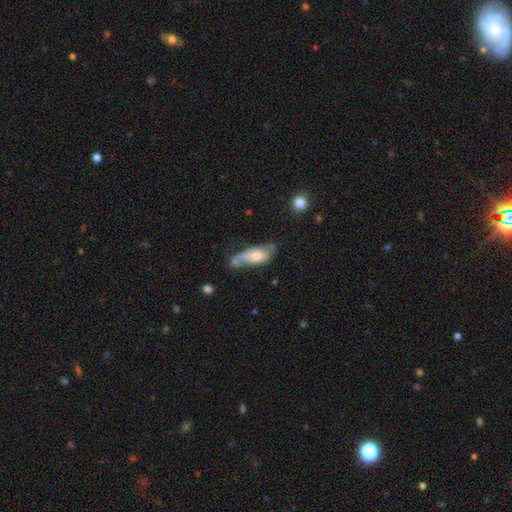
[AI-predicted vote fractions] Smooth or featured? Predicted: smooth (p=0.53). How rounded? Predicted: in between (p=0.72). Merging? Predicted: none (p=0.38).